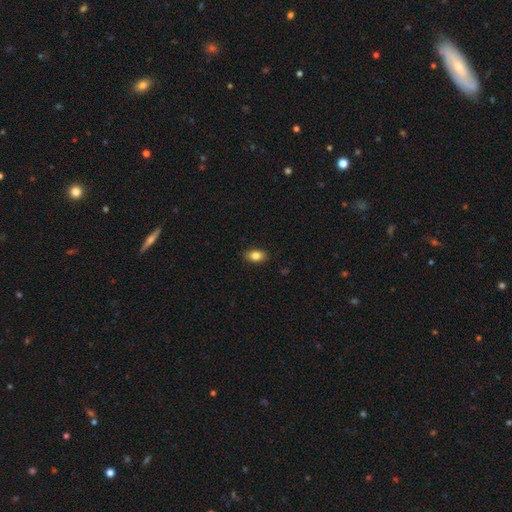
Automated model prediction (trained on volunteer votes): Q: Smooth or featured?
A: smooth (84%); runner-up: star or artifact (8%)
Q: How rounded?
A: in between (86%); runner-up: round (12%)
Q: Merging?
A: none (88%); runner-up: minor disturbance (9%)